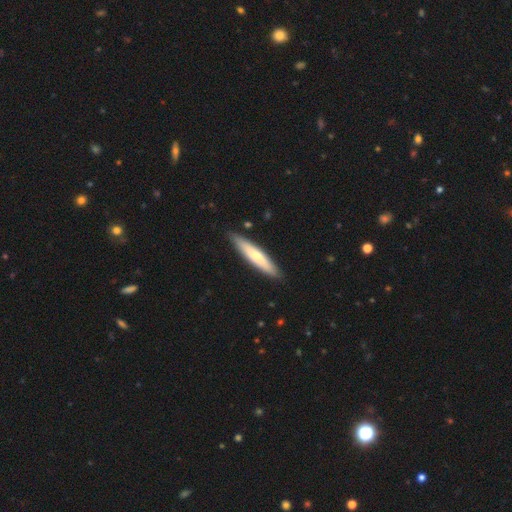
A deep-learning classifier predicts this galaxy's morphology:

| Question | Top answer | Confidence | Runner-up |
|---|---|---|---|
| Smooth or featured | smooth | 56% | featured or disk (37%) |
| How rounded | cigar-shaped | 88% | in between (11%) |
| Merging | none | 89% | minor disturbance (9%) |